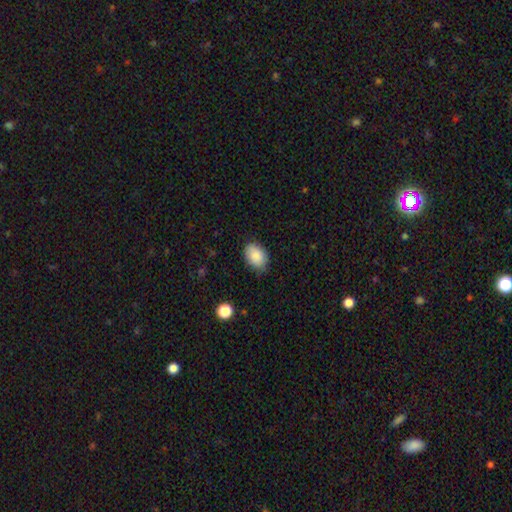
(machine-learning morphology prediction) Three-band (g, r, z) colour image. It shows a smooth galaxy with no disk features (87%) that is in between round and cigar-shaped (81%). Merging: none (78%).